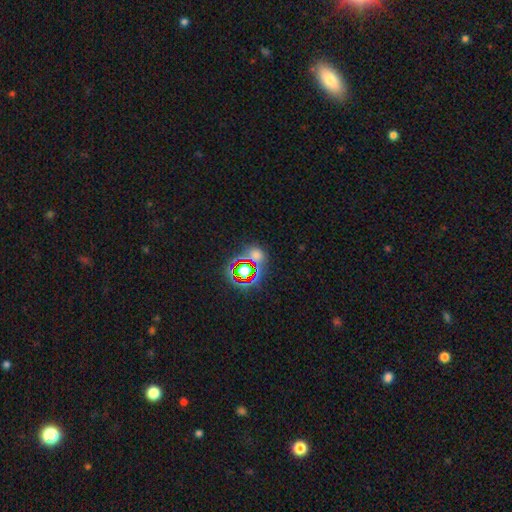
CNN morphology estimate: type=star or artifact (51%).